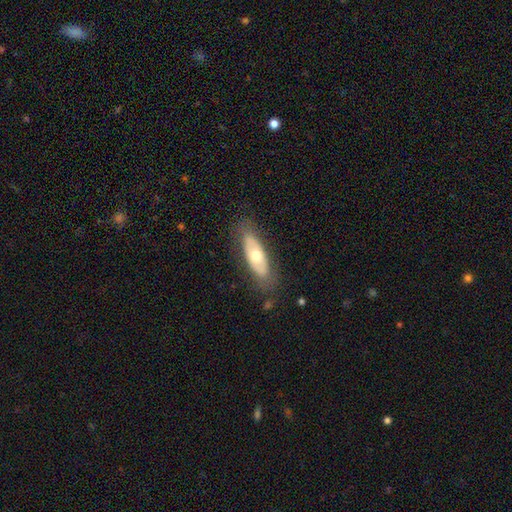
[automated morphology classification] Overall: smooth (49%; featured or disk 45%). Merging: none (80%).